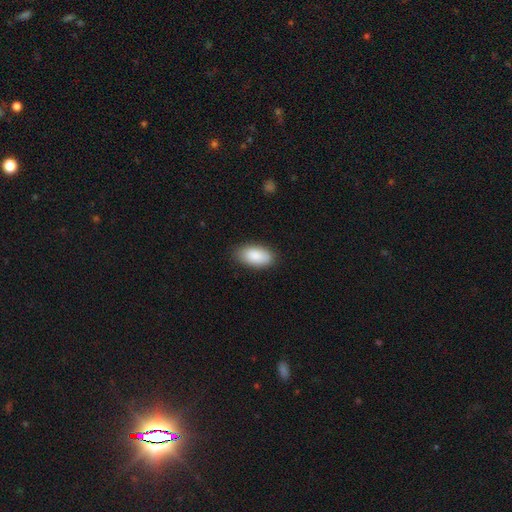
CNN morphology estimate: type=smooth (89%); roundness=in between (94%); merging=none (83%).